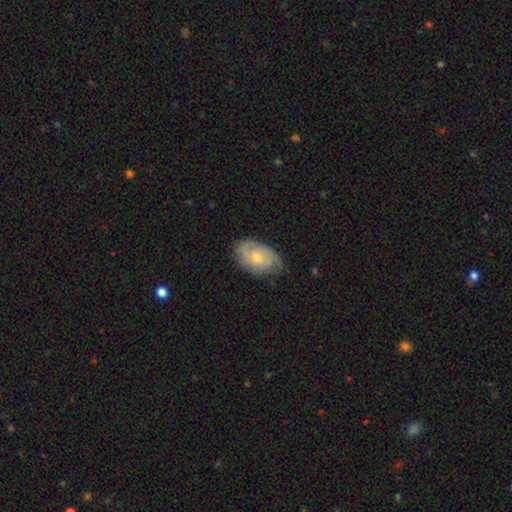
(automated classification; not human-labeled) A featured or disk galaxy (51%). Merging: none (65%).